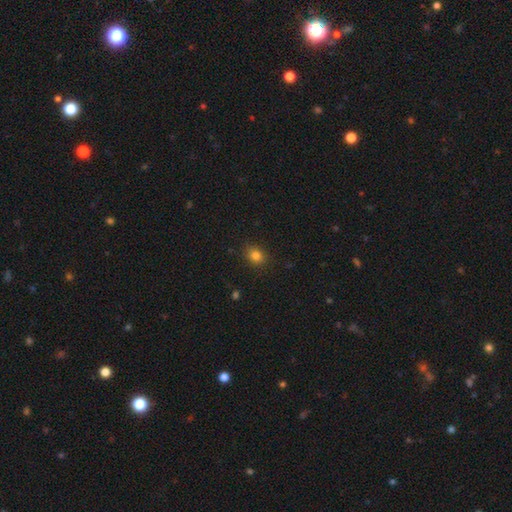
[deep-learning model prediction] Smooth or featured? Predicted: smooth (p=0.82). How rounded? Predicted: round (p=0.56). Merging? Predicted: none (p=0.87).